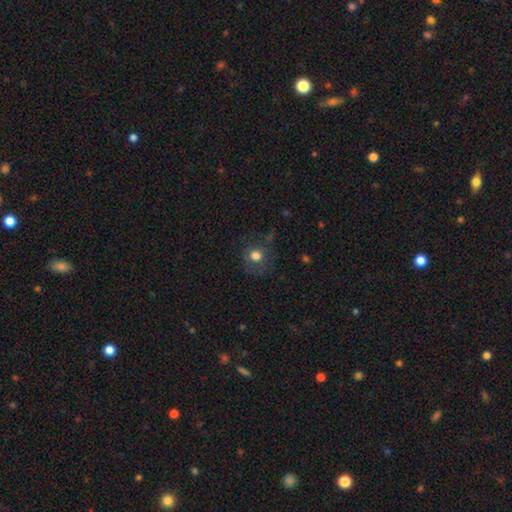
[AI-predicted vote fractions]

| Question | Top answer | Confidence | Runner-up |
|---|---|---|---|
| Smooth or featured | smooth | 76% | star or artifact (13%) |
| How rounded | round | 86% | in between (13%) |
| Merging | none | 72% | minor disturbance (16%) |